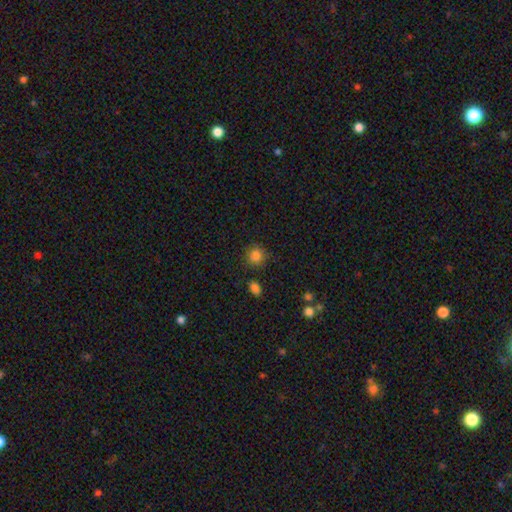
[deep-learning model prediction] Smooth or featured? Predicted: smooth (p=0.84). How rounded? Predicted: round (p=0.85). Merging? Predicted: none (p=0.77).